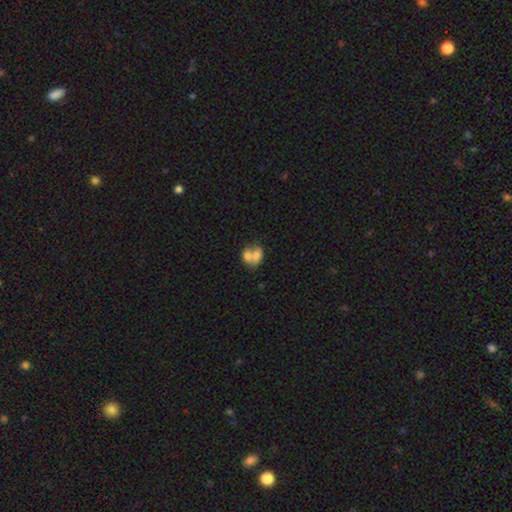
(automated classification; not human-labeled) A smooth galaxy with no disk features (68%) that is in between round and cigar-shaped (67%). Merging: merger (70%).